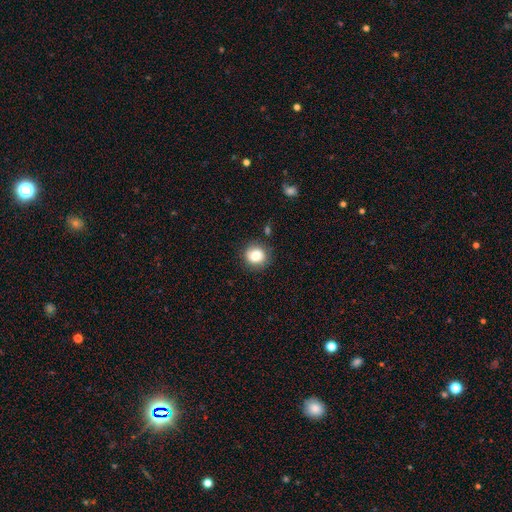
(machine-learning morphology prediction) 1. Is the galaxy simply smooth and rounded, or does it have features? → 82% smooth, 9% star or artifact, 9% featured or disk.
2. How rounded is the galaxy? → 85% round, 14% in between, 1% cigar-shaped.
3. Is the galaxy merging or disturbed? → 81% none, 13% minor disturbance, 4% major disturbance, 2% merger.